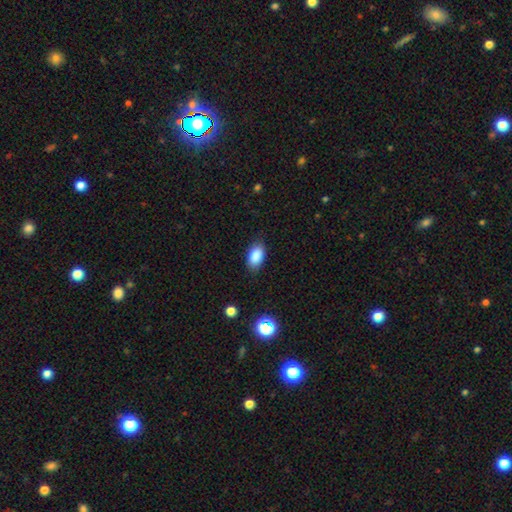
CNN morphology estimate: Q: Smooth or featured?
A: smooth (87%); runner-up: star or artifact (8%)
Q: How rounded?
A: in between (92%); runner-up: round (5%)
Q: Merging?
A: none (85%); runner-up: minor disturbance (12%)